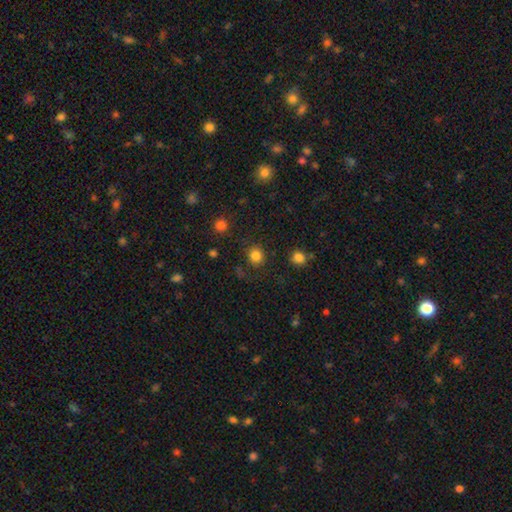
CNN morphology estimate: Smooth or featured? smooth (83%)
How rounded? round (89%)
Merging? none (87%)